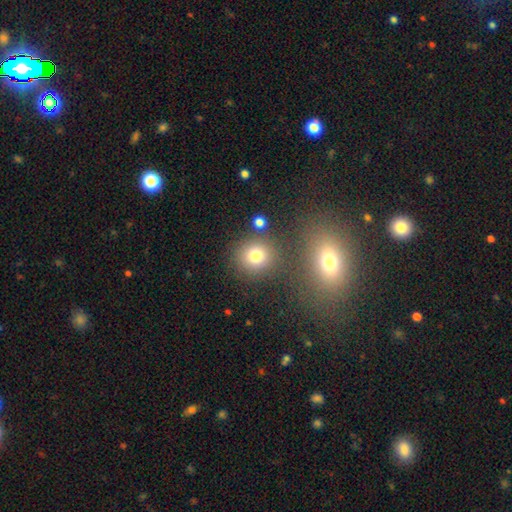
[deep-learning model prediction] A smooth galaxy with no disk features (77%) that is round (87%). Merging: none (78%).